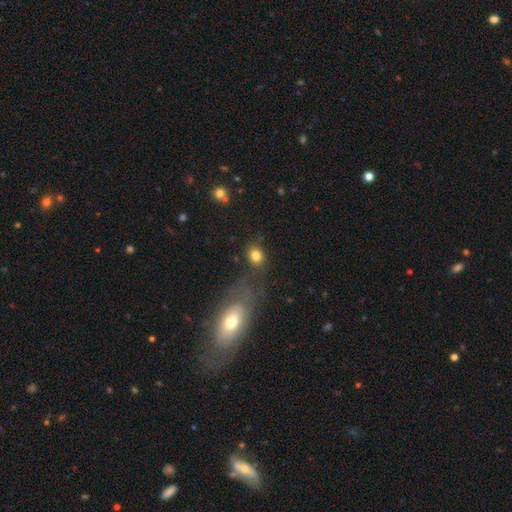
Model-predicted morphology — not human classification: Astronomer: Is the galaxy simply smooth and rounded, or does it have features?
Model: smooth — 82%.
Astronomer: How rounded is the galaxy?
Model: round — 57% (runner-up: in between, 42%).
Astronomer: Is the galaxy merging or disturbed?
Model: none — 68%.